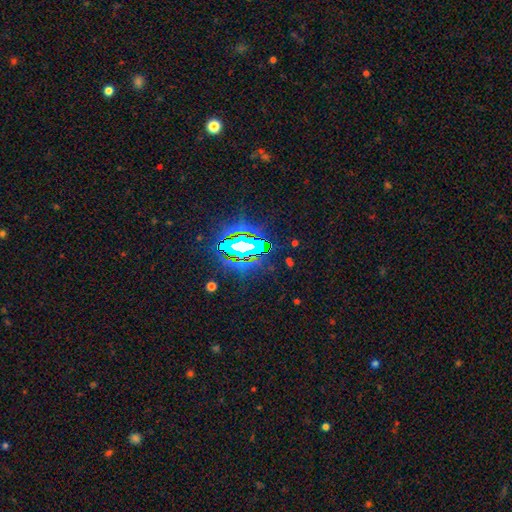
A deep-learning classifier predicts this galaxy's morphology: type=star or artifact (80%).